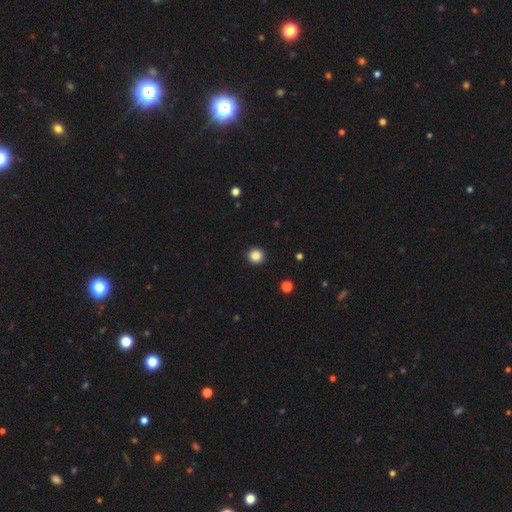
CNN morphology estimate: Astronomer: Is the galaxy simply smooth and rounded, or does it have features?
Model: smooth — 85%.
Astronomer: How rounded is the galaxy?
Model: round — 95%.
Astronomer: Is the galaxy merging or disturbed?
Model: none — 93%.